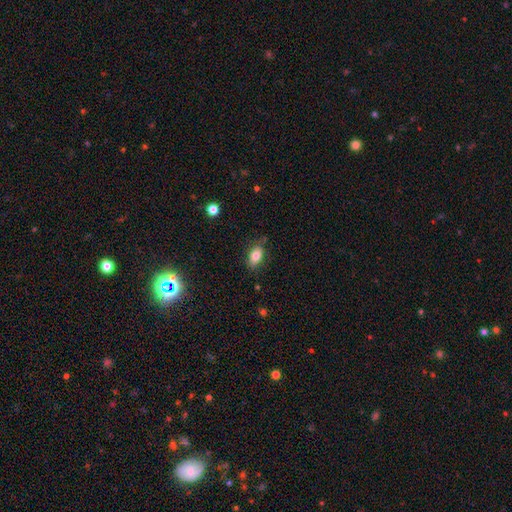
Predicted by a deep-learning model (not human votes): A smooth galaxy with no disk features (79%) that is in between round and cigar-shaped (89%). Merging: none (76%).